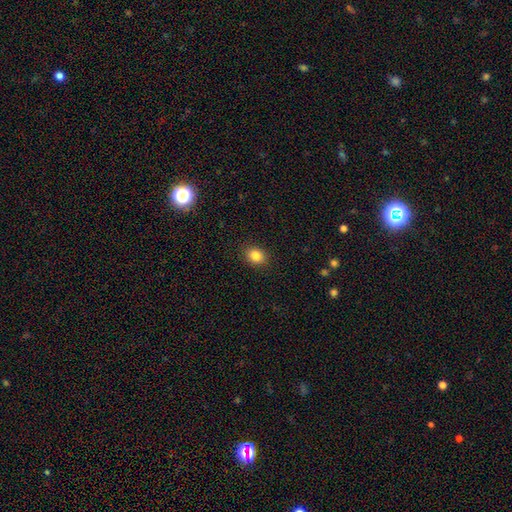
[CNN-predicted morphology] Smooth or featured: smooth — 85% (star or artifact — 11%)
How rounded: round — 53% (in between — 46%)
Merging: none — 90% (minor disturbance — 7%)